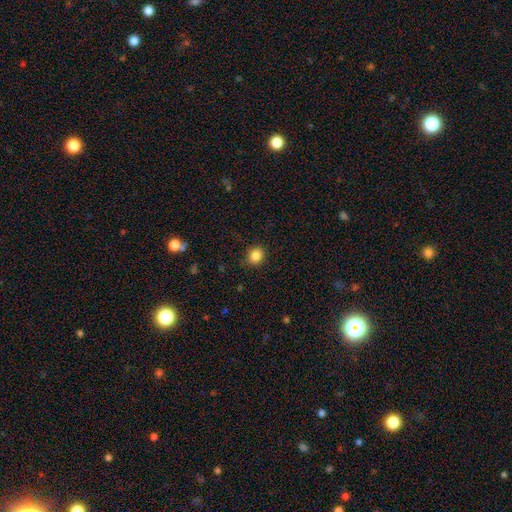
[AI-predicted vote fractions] Smooth or featured: smooth — 85% (star or artifact — 10%)
How rounded: round — 79% (in between — 20%)
Merging: none — 88% (minor disturbance — 9%)